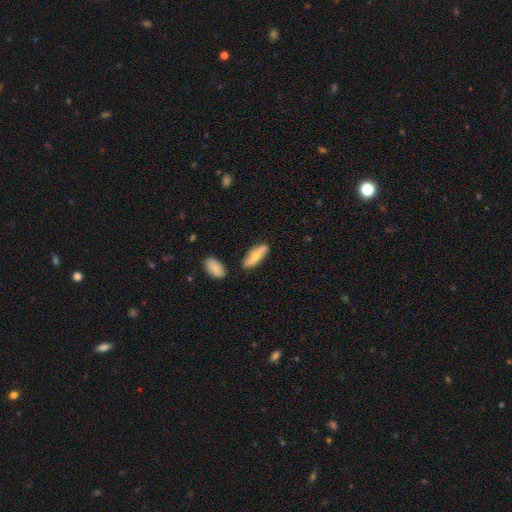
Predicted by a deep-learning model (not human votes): The model was most divided on "how rounded": in between: 54%, cigar-shaped: 43%, round: 3%. More confident: merging — none (78%); smooth or featured — smooth (59%).